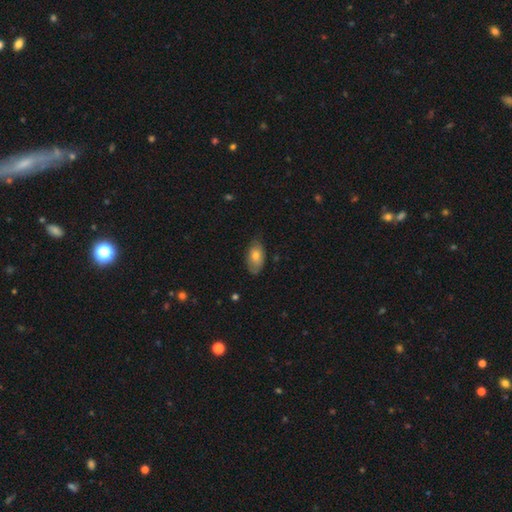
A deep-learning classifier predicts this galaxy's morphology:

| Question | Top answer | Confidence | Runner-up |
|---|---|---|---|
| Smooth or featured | smooth | 71% | featured or disk (22%) |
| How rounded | in between | 92% | round (6%) |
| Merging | none | 69% | minor disturbance (25%) |